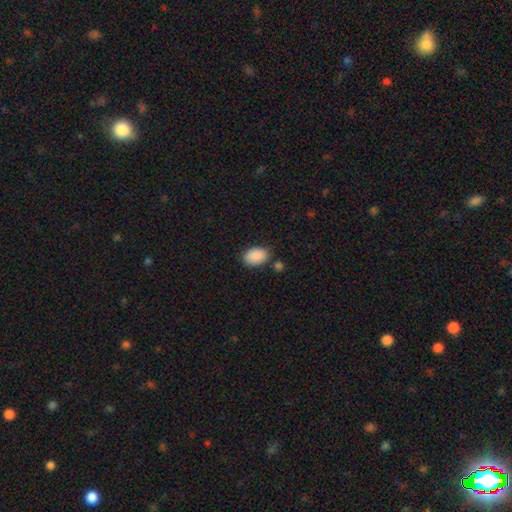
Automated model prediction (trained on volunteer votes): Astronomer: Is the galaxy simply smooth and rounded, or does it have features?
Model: smooth — 90%.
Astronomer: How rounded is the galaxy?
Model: in between — 87%.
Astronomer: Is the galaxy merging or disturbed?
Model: none — 76%.